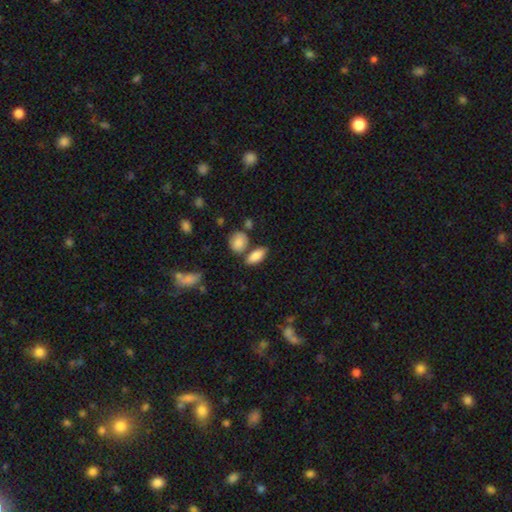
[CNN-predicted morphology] A smooth galaxy with no disk features (83%) that is in between round and cigar-shaped (82%).

Vote fractions:
- Smooth or featured? smooth: 83% / featured or disk: 10% / star or artifact: 7%
- How rounded? in between: 82% / cigar-shaped: 13% / round: 5%
- Merging? none: 68% / minor disturbance: 14% / merger: 14% / major disturbance: 4%